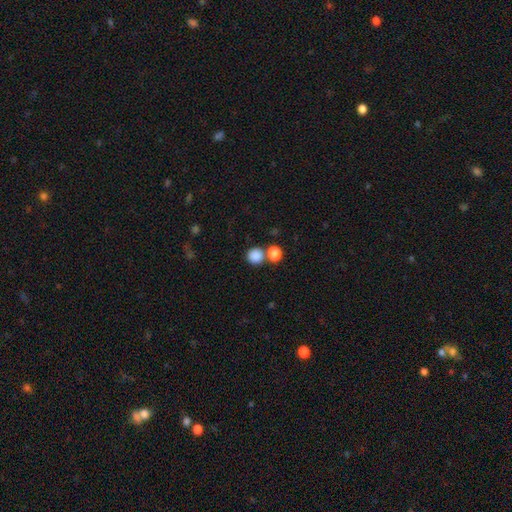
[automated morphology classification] The model was most divided on "merging": none: 70%, merger: 20%, minor disturbance: 7%, major disturbance: 3%. More confident: how rounded — round (91%); smooth or featured — smooth (85%).